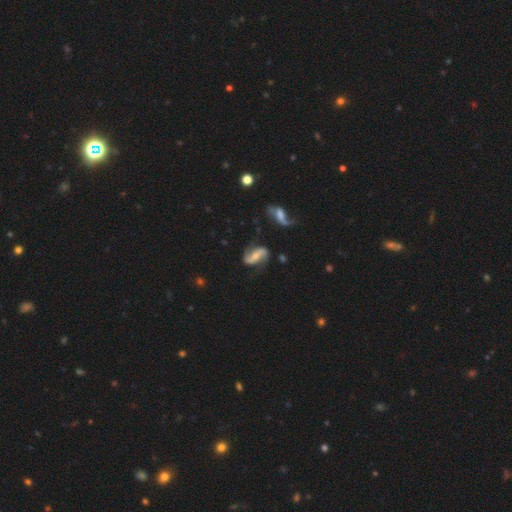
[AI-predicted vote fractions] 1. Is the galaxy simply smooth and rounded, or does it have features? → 85% featured or disk, 9% smooth, 6% star or artifact.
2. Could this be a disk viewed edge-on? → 96% no, 4% yes.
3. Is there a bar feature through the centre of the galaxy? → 37% strong, 33% weak, 30% no.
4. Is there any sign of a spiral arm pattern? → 96% yes, 4% no.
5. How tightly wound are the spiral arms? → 61% loose, 29% medium, 10% tight.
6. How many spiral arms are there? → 93% 2, 2% can't tell, 2% 1, 1% 3, 1% 4, 1% more than 4.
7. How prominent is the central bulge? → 49% small, 37% moderate, 9% none, 3% large, 1% dominant.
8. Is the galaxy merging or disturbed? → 74% none, 15% minor disturbance, 7% major disturbance, 4% merger.